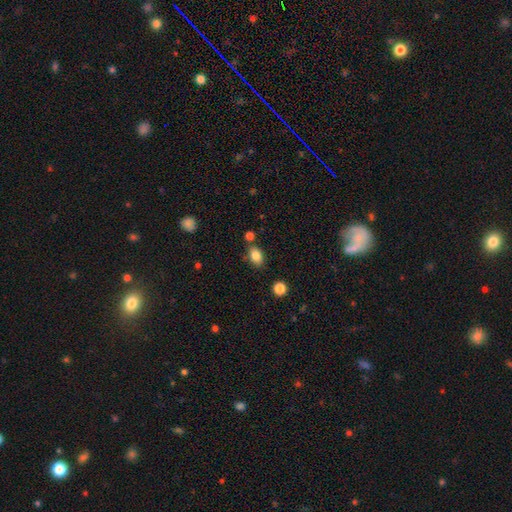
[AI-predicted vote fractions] A smooth galaxy with no disk features (83%) that is in between round and cigar-shaped (81%).

Vote fractions:
- Smooth or featured? smooth: 83% / star or artifact: 10% / featured or disk: 7%
- How rounded? in between: 81% / round: 18% / cigar-shaped: 2%
- Merging? none: 76% / minor disturbance: 14% / merger: 7% / major disturbance: 3%